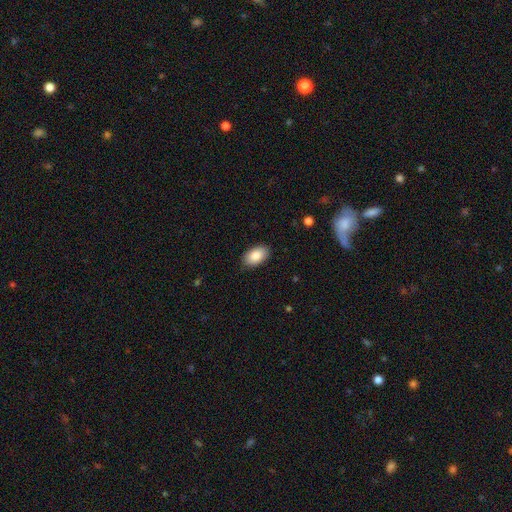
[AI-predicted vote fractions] smooth-or-featured: smooth: 87% | star or artifact: 6% | featured or disk: 6%
  how-rounded: in between: 94% | round: 4% | cigar-shaped: 1%
  merging: none: 87% | minor disturbance: 10% | major disturbance: 2% | merger: 1%